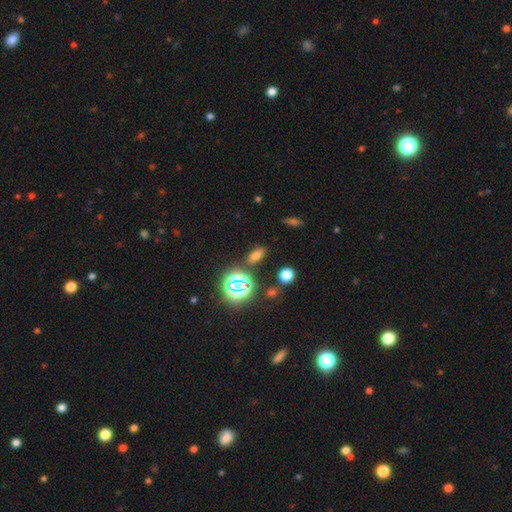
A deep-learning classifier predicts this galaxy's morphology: Smooth or featured? smooth (63%)
How rounded? in between (82%)
Merging? none (82%)